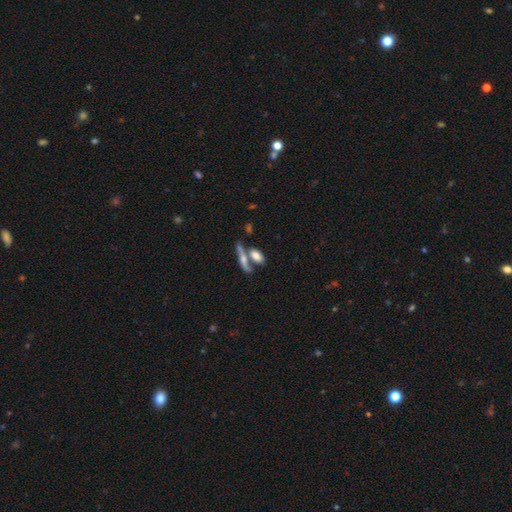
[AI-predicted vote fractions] Q: Smooth or featured?
A: smooth (65%); runner-up: featured or disk (26%)
Q: How rounded?
A: in between (73%); runner-up: cigar-shaped (22%)
Q: Merging?
A: none (44%); runner-up: merger (41%)